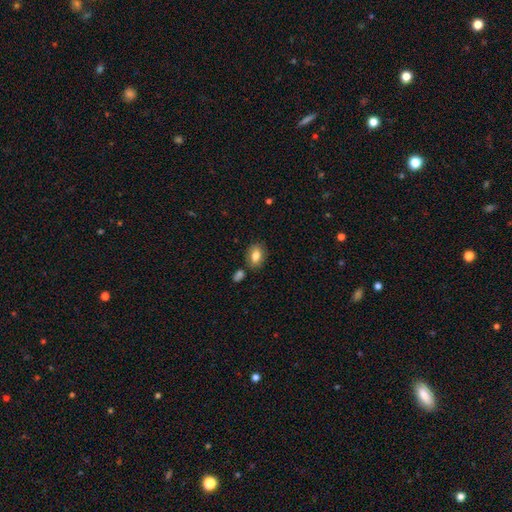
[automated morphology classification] Overall: smooth (79%). How rounded: in between (77%). Merging: none (76%).